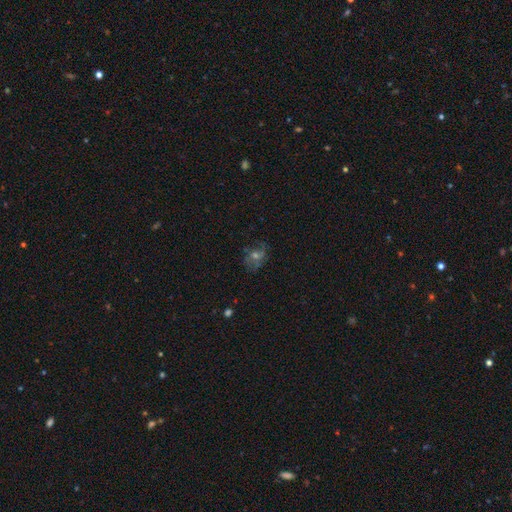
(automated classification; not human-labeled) This is possibly a featured or disk galaxy (47%). Merging: likely none (65%).